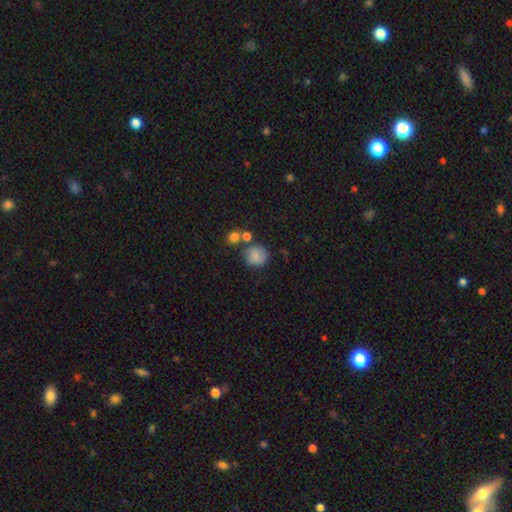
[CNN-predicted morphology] The model was most divided on "merging": none: 63%, minor disturbance: 16%, merger: 16%, major disturbance: 6%. More confident: how rounded — round (83%); smooth or featured — smooth (80%).